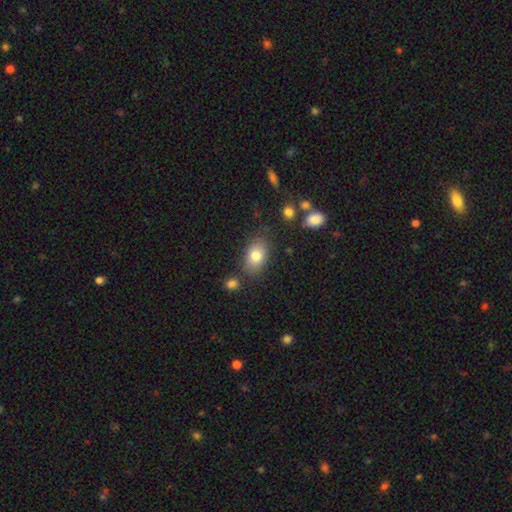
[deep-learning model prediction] smooth-or-featured: smooth: 80% | featured or disk: 12% | star or artifact: 8%
  how-rounded: in between: 86% | round: 12% | cigar-shaped: 1%
  merging: none: 77% | minor disturbance: 14% | merger: 5% | major disturbance: 4%